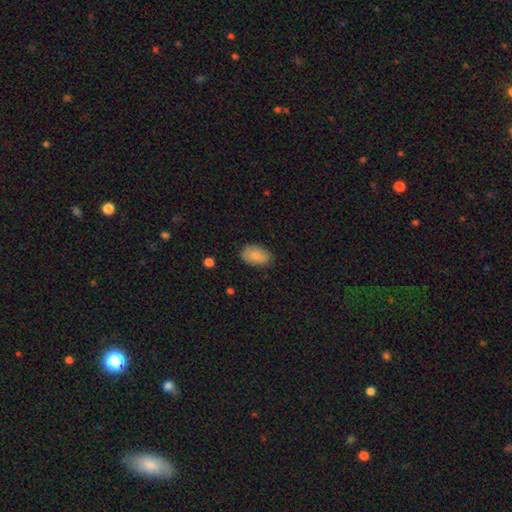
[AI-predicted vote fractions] Smooth or featured? smooth (86%)
How rounded? in between (92%)
Merging? none (82%)